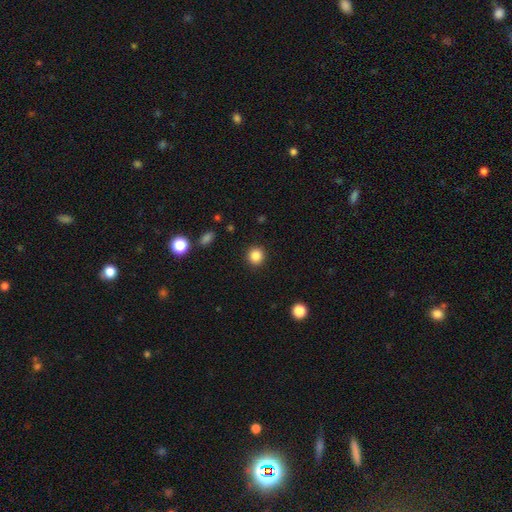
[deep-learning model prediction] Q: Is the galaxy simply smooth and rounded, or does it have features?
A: smooth — 85%.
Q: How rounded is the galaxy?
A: round — 93%.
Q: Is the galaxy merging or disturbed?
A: none — 92%.